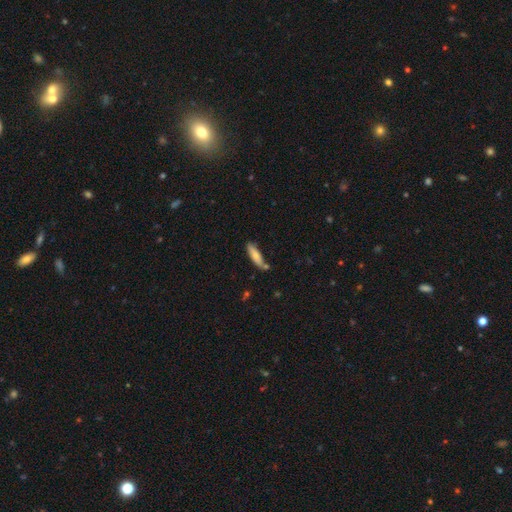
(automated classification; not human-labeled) Morphology: type=smooth (78%); roundness=cigar-shaped (66%); merging=none (68%).